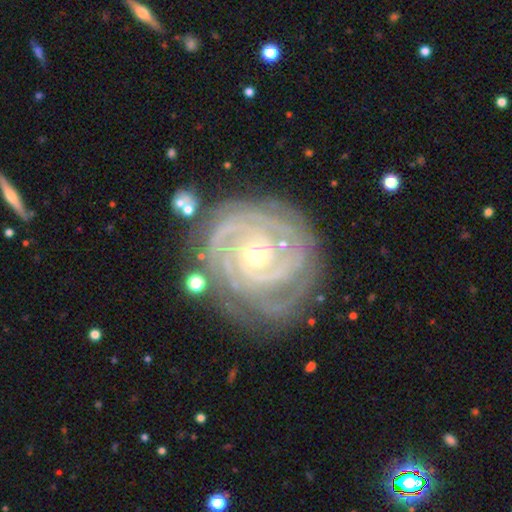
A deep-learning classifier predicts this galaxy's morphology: Smooth or featured? featured or disk (91%)
Edge-on disk? no (97%)
Bar? no (75%)
Spiral arms? yes (98%)
Spiral winding? tight (86%)
Spiral arm count? 3 (26%)
Bulge size? small (69%)
Merging? none (75%)